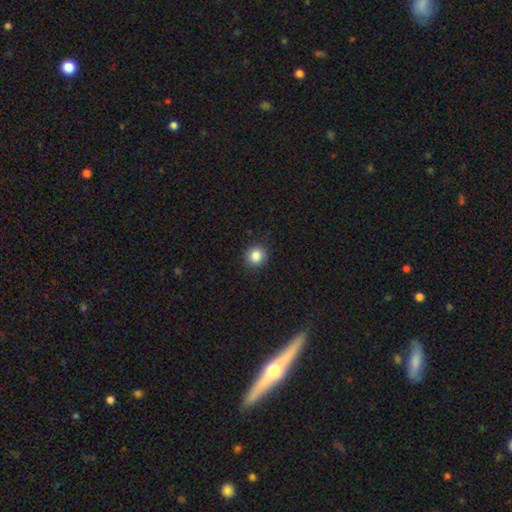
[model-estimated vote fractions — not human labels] Smooth or featured: smooth — 86% (star or artifact — 10%)
How rounded: round — 89% (in between — 10%)
Merging: none — 90% (minor disturbance — 7%)